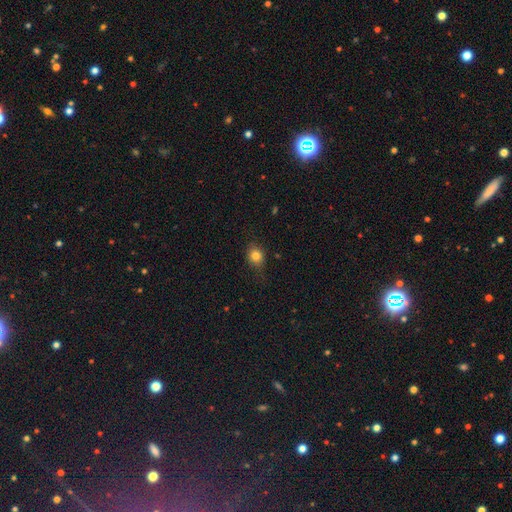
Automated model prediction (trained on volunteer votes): smooth 81%, star or artifact 11%, featured or disk 7%. Down the decision tree: how rounded — round (63%); merging — none (77%).